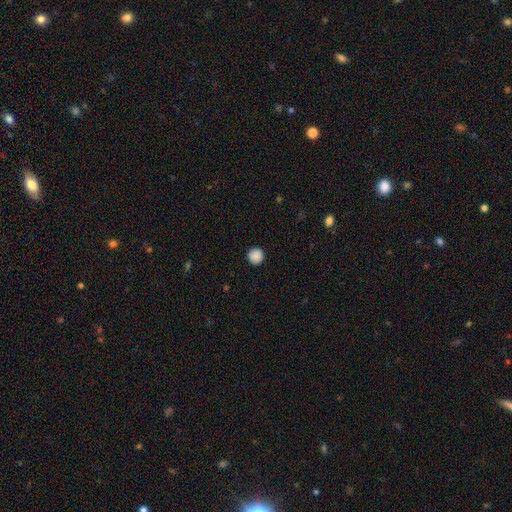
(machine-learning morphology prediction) A smooth galaxy with no disk features (88%) that is round (95%).

Vote fractions:
- Smooth or featured? smooth: 88% / star or artifact: 9% / featured or disk: 3%
- How rounded? round: 95% / in between: 4% / cigar-shaped: 1%
- Merging? none: 91% / minor disturbance: 6% / major disturbance: 2% / merger: 1%